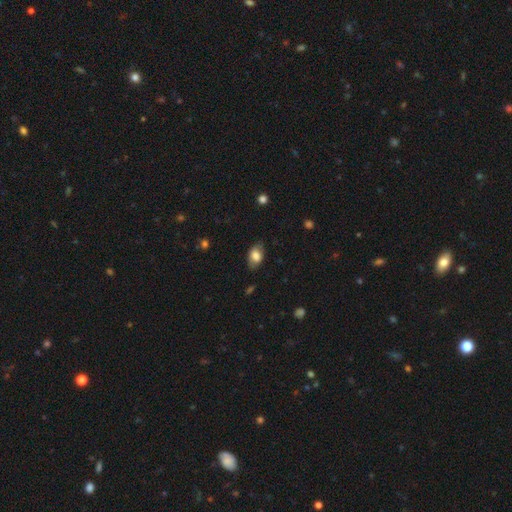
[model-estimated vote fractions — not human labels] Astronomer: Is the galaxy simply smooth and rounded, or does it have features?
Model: smooth — 74%.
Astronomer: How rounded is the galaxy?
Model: in between — 90%.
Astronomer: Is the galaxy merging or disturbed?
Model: none — 76%.